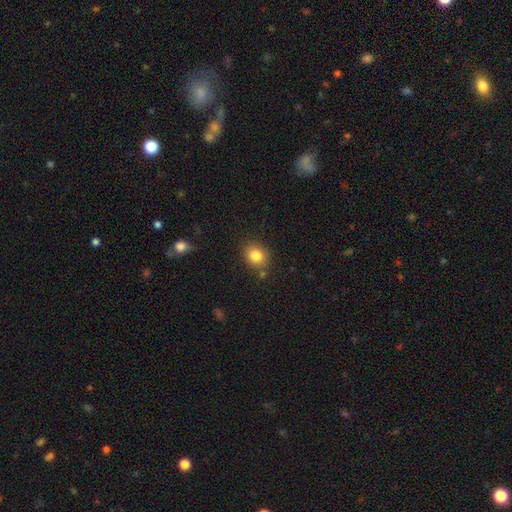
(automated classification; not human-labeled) smooth-or-featured: smooth: 83% | star or artifact: 10% | featured or disk: 7%
  how-rounded: round: 60% | in between: 39% | cigar-shaped: 1%
  merging: none: 81% | minor disturbance: 11% | merger: 5% | major disturbance: 3%